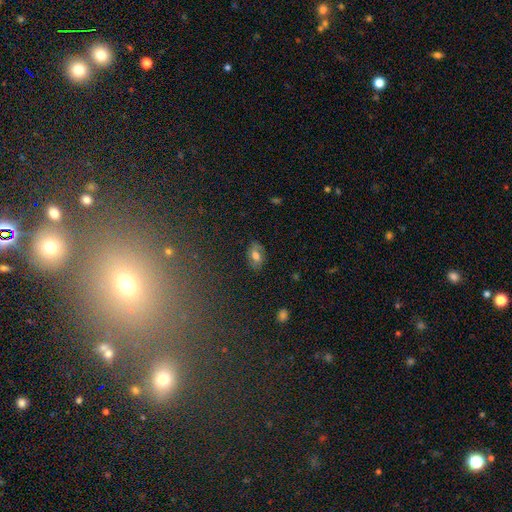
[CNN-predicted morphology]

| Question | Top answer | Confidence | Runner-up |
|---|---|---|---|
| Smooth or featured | smooth | 64% | featured or disk (26%) |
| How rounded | in between | 88% | round (10%) |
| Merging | none | 81% | minor disturbance (14%) |